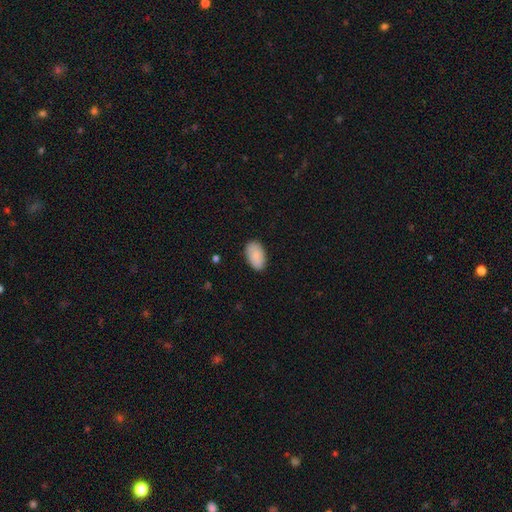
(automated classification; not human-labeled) Smooth or featured? Predicted: smooth (p=0.86). How rounded? Predicted: in between (p=0.94). Merging? Predicted: none (p=0.86).